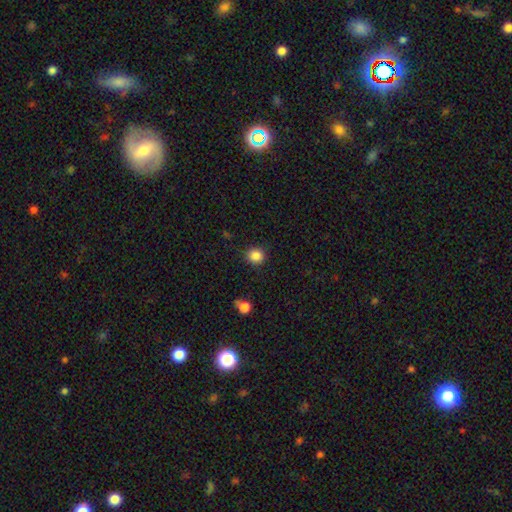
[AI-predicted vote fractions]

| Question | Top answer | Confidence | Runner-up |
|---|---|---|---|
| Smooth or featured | smooth | 86% | star or artifact (11%) |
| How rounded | round | 88% | in between (11%) |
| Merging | none | 89% | minor disturbance (8%) |